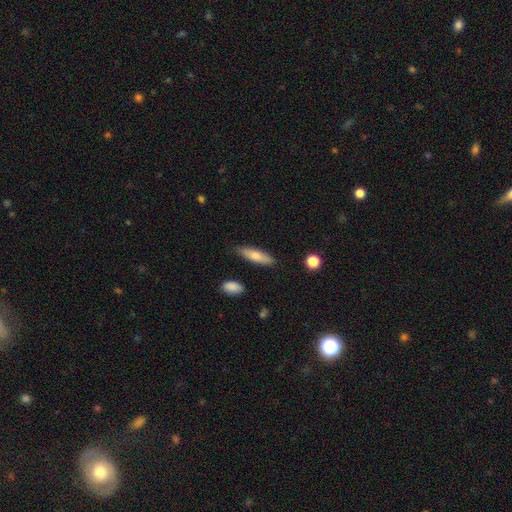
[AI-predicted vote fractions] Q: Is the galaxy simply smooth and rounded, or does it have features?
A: smooth — 73%.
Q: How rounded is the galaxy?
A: cigar-shaped — 57%.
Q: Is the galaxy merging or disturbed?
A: none — 83%.